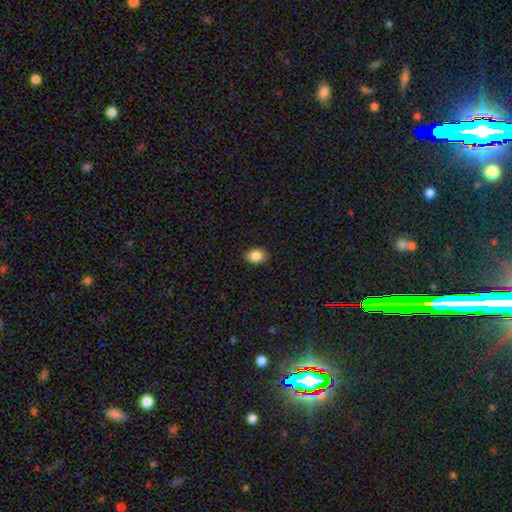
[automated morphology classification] type=smooth (86%); roundness=in between (58%); merging=none (82%).